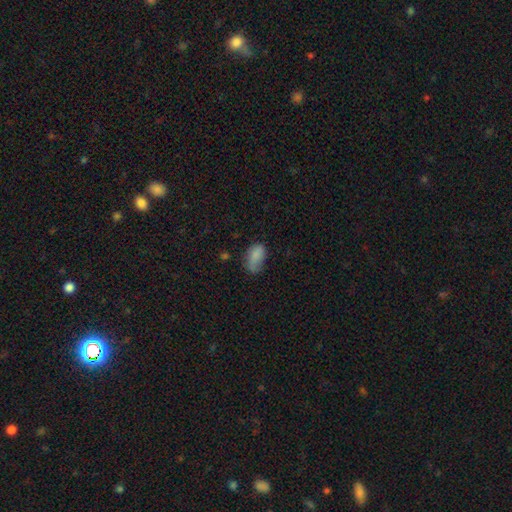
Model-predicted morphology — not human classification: smooth_or_featured: smooth (p=0.81) [alt: featured or disk p=0.10]
how_rounded: in between (p=0.91) [alt: round p=0.06]
merging: none (p=0.44) [alt: minor disturbance p=0.36]